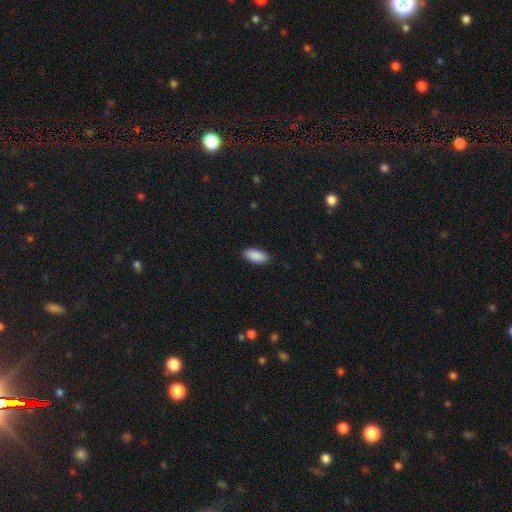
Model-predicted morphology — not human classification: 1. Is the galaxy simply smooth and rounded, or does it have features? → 91% smooth, 6% star or artifact, 3% featured or disk.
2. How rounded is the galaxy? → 93% in between, 6% cigar-shaped, 2% round.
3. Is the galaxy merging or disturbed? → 89% none, 9% minor disturbance, 2% major disturbance, 1% merger.